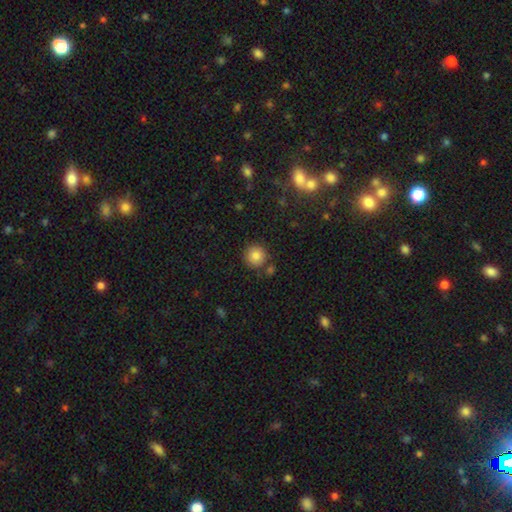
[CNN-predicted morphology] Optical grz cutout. It shows a smooth galaxy with no disk features (84%) that is round (94%). Merging: none (84%).